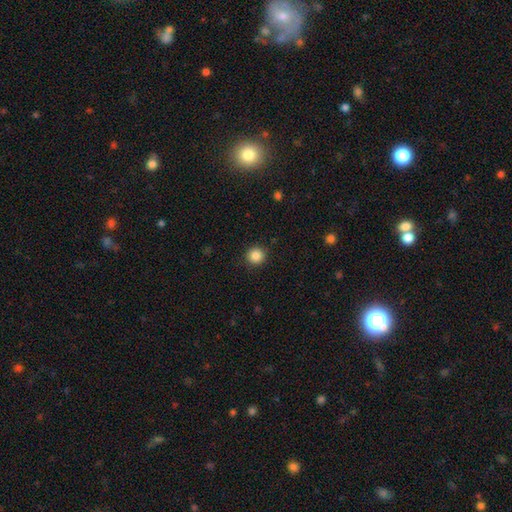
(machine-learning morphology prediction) Overall: smooth (86%). How rounded: round (94%). Merging: none (90%).